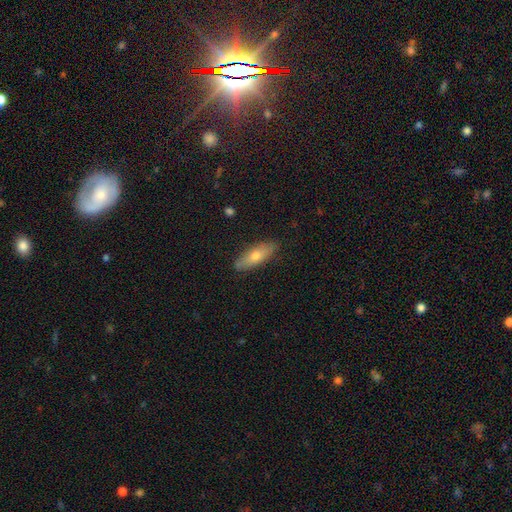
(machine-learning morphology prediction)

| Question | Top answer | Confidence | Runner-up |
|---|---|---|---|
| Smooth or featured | smooth | 64% | featured or disk (30%) |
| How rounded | in between | 56% | cigar-shaped (41%) |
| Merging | none | 86% | minor disturbance (11%) |